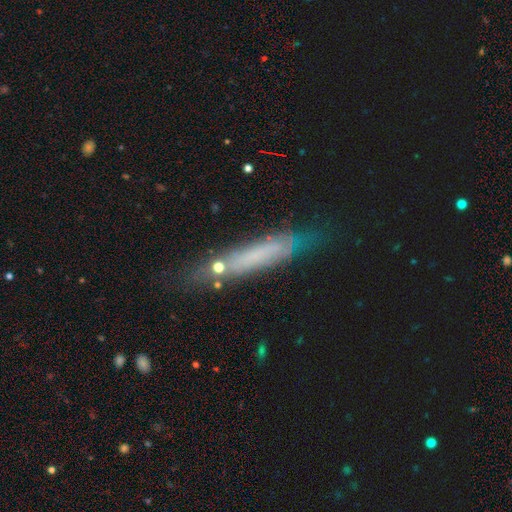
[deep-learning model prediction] Morphology: type=smooth (48%); merging=none (66%).